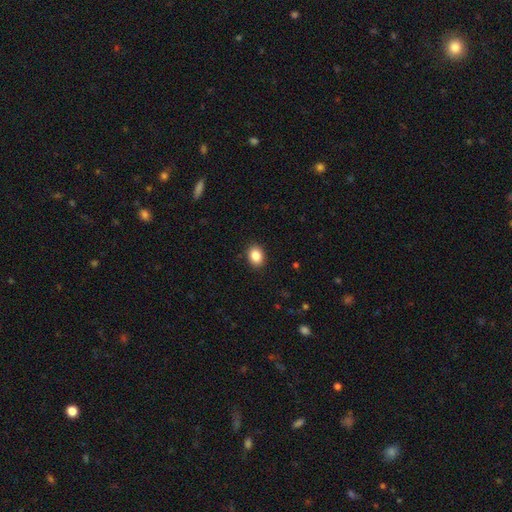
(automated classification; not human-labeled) A smooth galaxy with no disk features (87%) that is in between round and cigar-shaped (64%).

Vote fractions:
- Smooth or featured? smooth: 87% / star or artifact: 8% / featured or disk: 5%
- How rounded? in between: 64% / round: 35% / cigar-shaped: 1%
- Merging? none: 90% / minor disturbance: 7% / major disturbance: 2% / merger: 1%